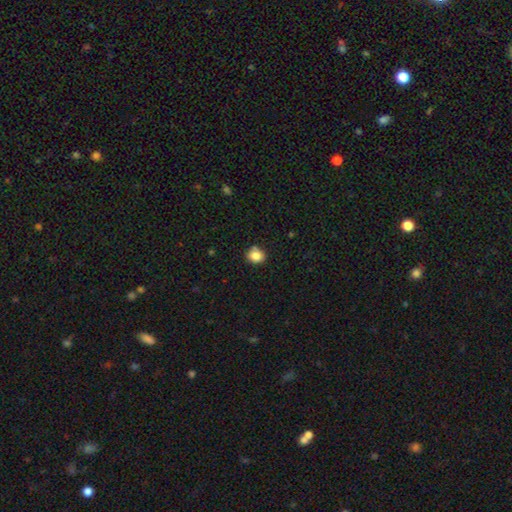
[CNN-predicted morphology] This is clearly a smooth galaxy (84%). How rounded: likely round (65%). Merging: likely none (75%).